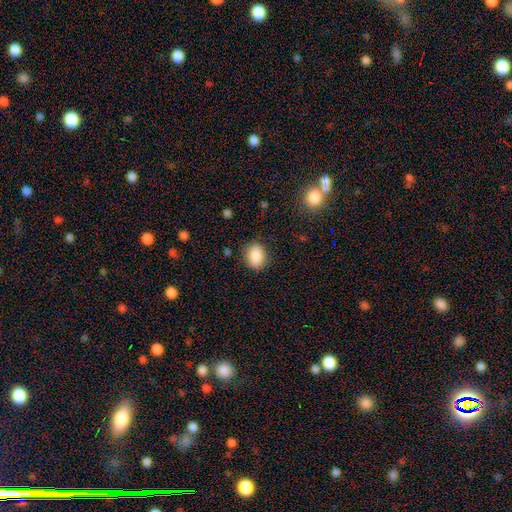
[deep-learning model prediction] Q: Smooth or featured?
A: smooth (87%); runner-up: star or artifact (8%)
Q: How rounded?
A: in between (67%); runner-up: round (32%)
Q: Merging?
A: none (85%); runner-up: minor disturbance (11%)